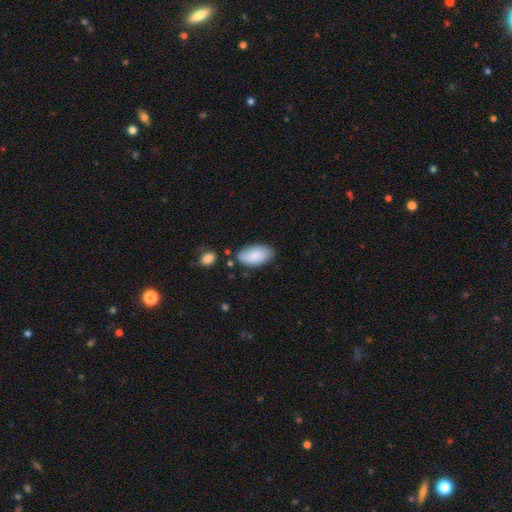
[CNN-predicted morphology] This is clearly a smooth galaxy (87%). How rounded: clearly in between (95%). Merging: likely none (74%).